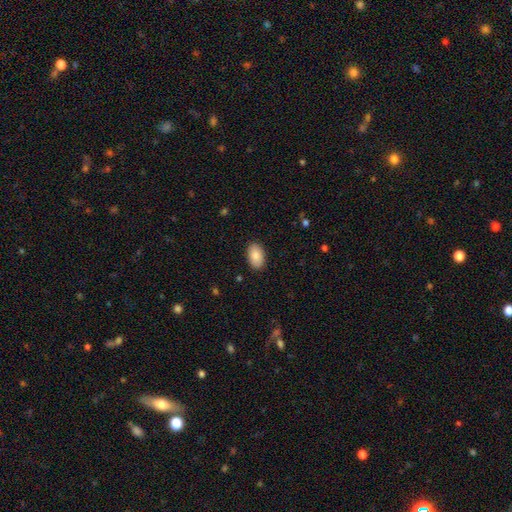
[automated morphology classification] Smooth or featured? Predicted: smooth (p=0.87). How rounded? Predicted: in between (p=0.94). Merging? Predicted: none (p=0.89).